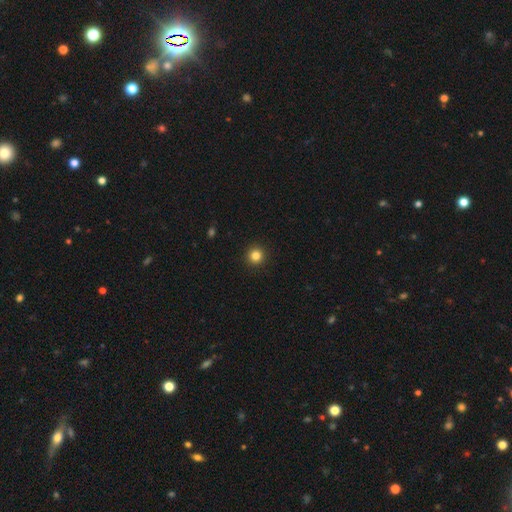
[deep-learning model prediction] Smooth or featured? smooth (84%)
How rounded? round (96%)
Merging? none (93%)